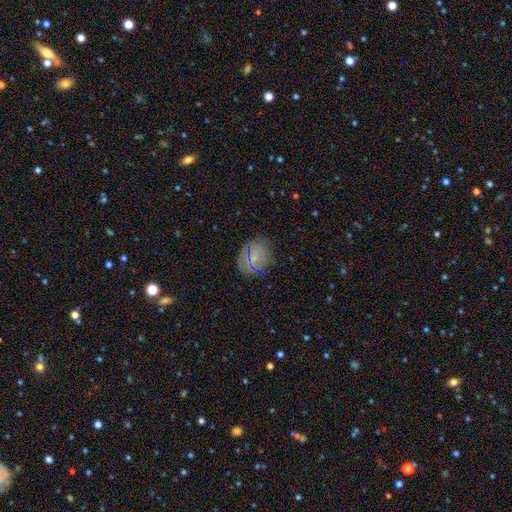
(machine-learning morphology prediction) Q: Smooth or featured?
A: smooth (61%); runner-up: star or artifact (24%)
Q: How rounded?
A: round (59%); runner-up: in between (39%)
Q: Merging?
A: none (83%); runner-up: minor disturbance (12%)